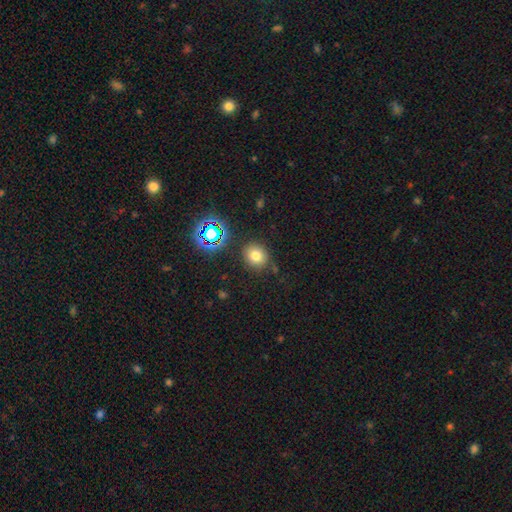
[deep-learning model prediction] This appears to be a smooth galaxy with no disk features (72%) that is round (81%). Merging: none (82%).